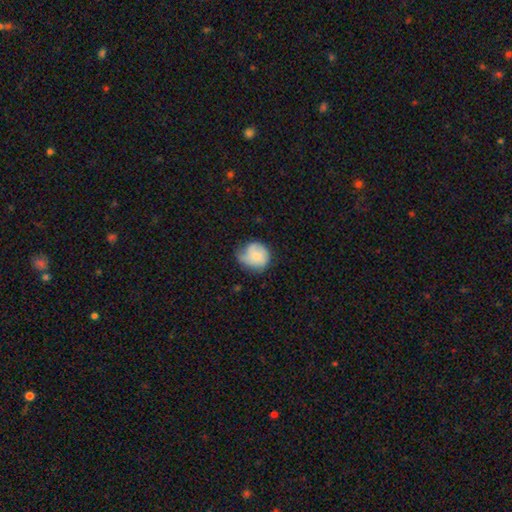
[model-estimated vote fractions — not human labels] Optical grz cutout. It shows a smooth galaxy with no disk features (66%) that is round (74%). Merging: minor disturbance (41%).